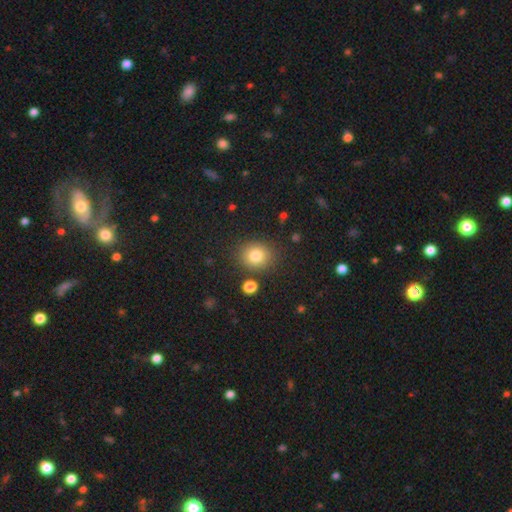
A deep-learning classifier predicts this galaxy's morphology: Smooth or featured? Predicted: smooth (p=0.80). How rounded? Predicted: round (p=0.72). Merging? Predicted: none (p=0.83).